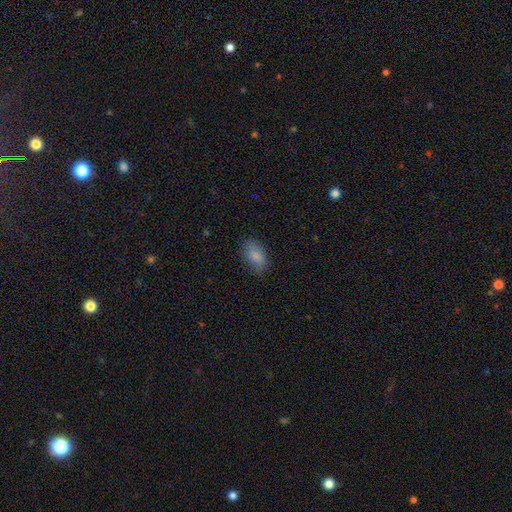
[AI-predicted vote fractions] The model was most divided on "merging": none: 78%, minor disturbance: 17%, major disturbance: 4%, merger: 1%. More confident: how rounded — in between (92%); smooth or featured — smooth (85%).